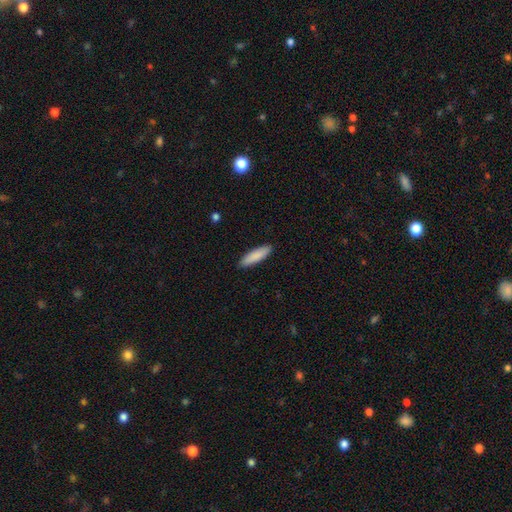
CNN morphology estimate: A smooth galaxy with no disk features (88%) that is cigar-shaped (64%). Merging: none (90%).